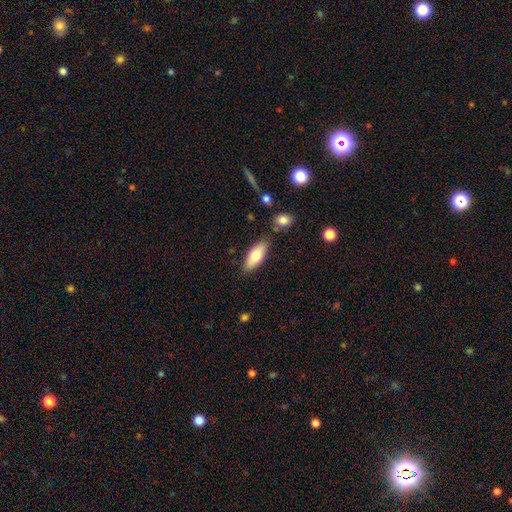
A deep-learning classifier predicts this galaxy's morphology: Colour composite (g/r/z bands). It shows a smooth galaxy with no disk features (69%) that is in between round and cigar-shaped (70%). Merging: none (80%).